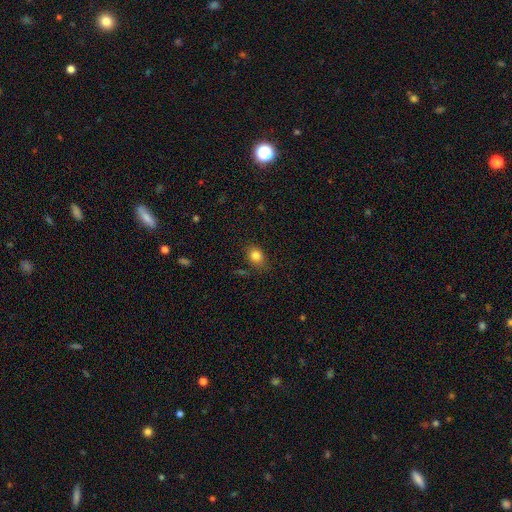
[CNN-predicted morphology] A smooth galaxy with no disk features (82%) that is in between round and cigar-shaped (61%).

Vote fractions:
- Smooth or featured? smooth: 82% / star or artifact: 11% / featured or disk: 7%
- How rounded? in between: 61% / round: 37% / cigar-shaped: 2%
- Merging? none: 79% / minor disturbance: 16% / major disturbance: 4% / merger: 2%